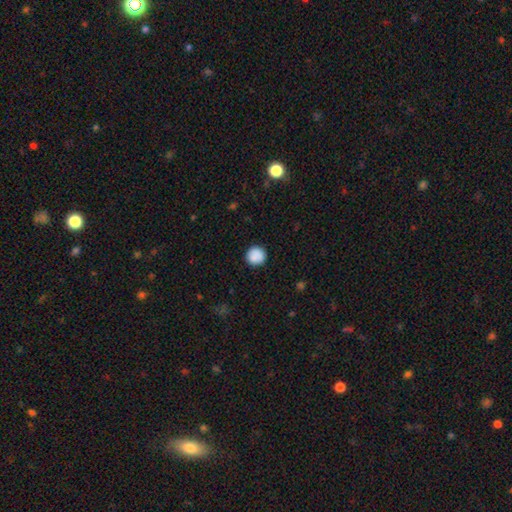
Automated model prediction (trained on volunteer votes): Q: Smooth or featured?
A: smooth (88%); runner-up: star or artifact (8%)
Q: How rounded?
A: round (95%); runner-up: in between (4%)
Q: Merging?
A: none (90%); runner-up: minor disturbance (7%)